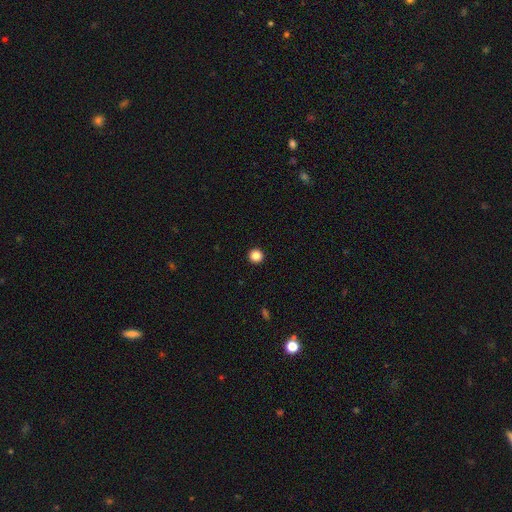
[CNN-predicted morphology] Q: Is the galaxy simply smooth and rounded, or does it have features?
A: smooth — 86%.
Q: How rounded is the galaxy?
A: round — 96%.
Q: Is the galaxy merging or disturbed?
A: none — 94%.